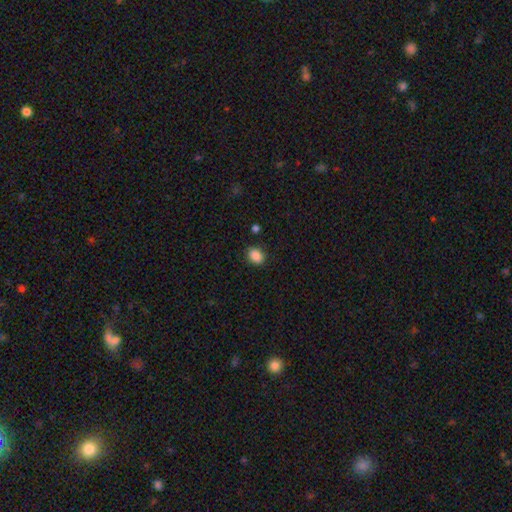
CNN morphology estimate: smooth-or-featured: smooth: 87% | star or artifact: 9% | featured or disk: 4%
  how-rounded: in between: 59% | round: 40% | cigar-shaped: 1%
  merging: none: 86% | minor disturbance: 10% | major disturbance: 3% | merger: 2%